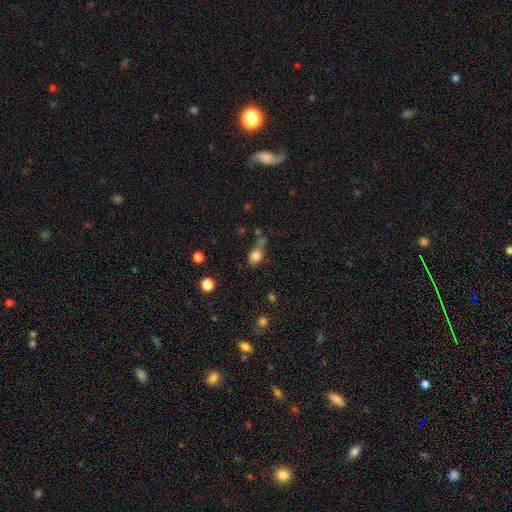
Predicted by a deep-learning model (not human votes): The model was most divided on "how rounded": in between: 59%, round: 39%, cigar-shaped: 2%. Remaining: smooth or featured — smooth (81%); merging — none (49%).